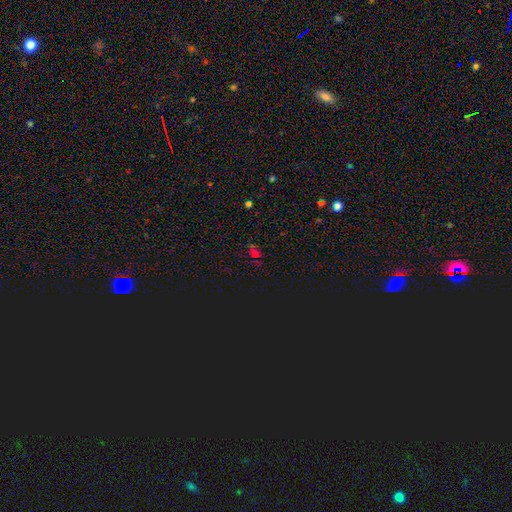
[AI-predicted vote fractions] A star or artifact, not a galaxy (58%).

Vote fractions:
- Smooth or featured? star or artifact: 58% / smooth: 30% / featured or disk: 12%